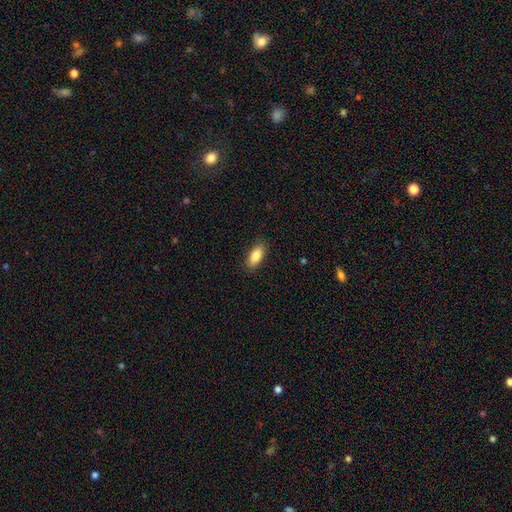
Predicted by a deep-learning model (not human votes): Morphology: type=smooth (87%); roundness=in between (83%); merging=none (87%).